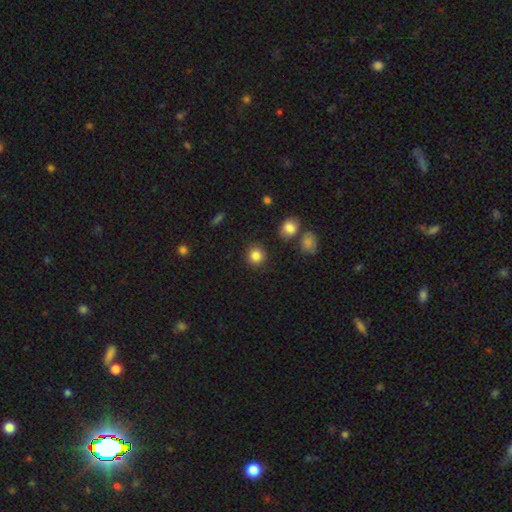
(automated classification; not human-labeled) Q: Smooth or featured?
A: smooth (85%); runner-up: star or artifact (11%)
Q: How rounded?
A: round (90%); runner-up: in between (9%)
Q: Merging?
A: none (88%); runner-up: minor disturbance (7%)